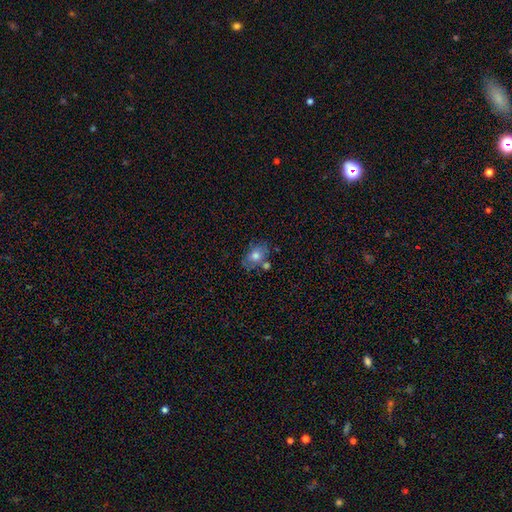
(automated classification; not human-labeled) Smooth or featured? smooth (71%)
How rounded? in between (72%)
Merging? none (56%)